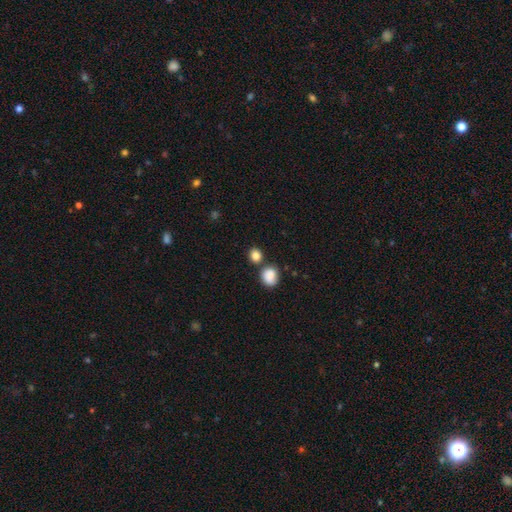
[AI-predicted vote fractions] Smooth or featured? smooth (85%)
How rounded? round (75%)
Merging? none (68%)